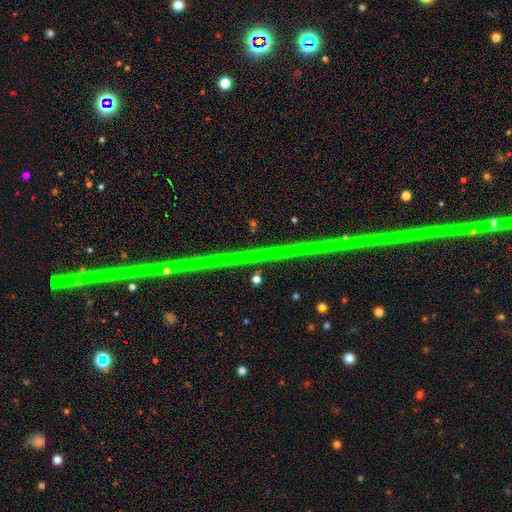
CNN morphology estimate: Smooth or featured: star or artifact — 78% (featured or disk — 14%)